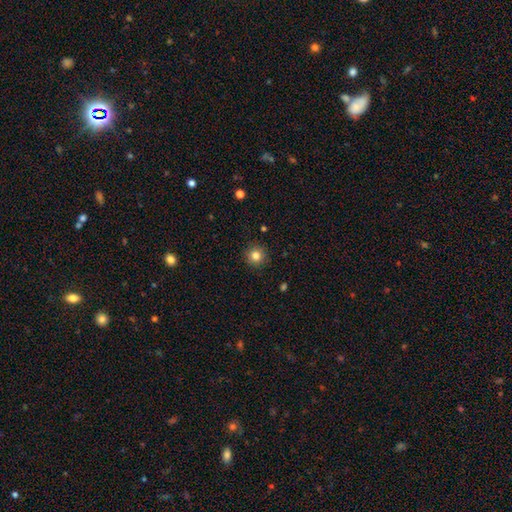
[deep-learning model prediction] Smooth or featured?
  - smooth: 82% *
  - star or artifact: 12%
  - featured or disk: 6%
How rounded?
  - round: 94% *
  - in between: 5%
  - cigar-shaped: 1%
Merging?
  - none: 91% *
  - minor disturbance: 6%
  - major disturbance: 2%
  - merger: 1%